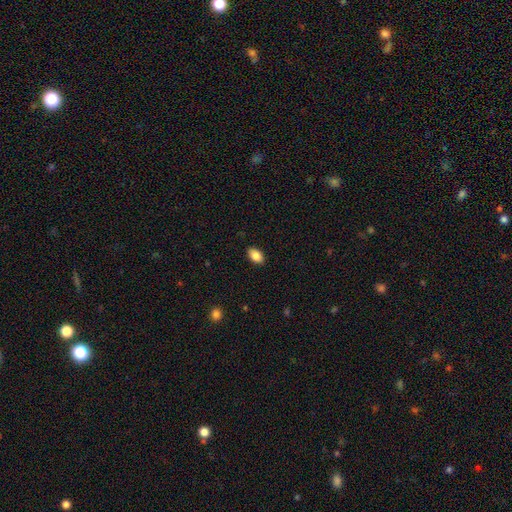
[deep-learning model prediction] Smooth or featured: smooth — 85% (star or artifact — 8%)
How rounded: in between — 91% (round — 7%)
Merging: none — 89% (minor disturbance — 9%)